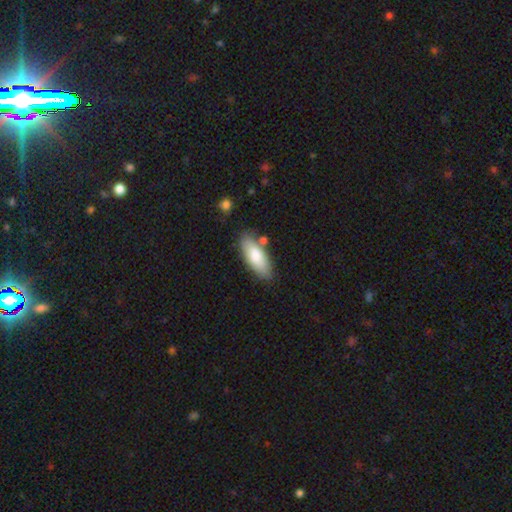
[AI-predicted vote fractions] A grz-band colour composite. It shows a smooth galaxy with no disk features (79%) that is in between round and cigar-shaped (75%). Merging: none (77%).